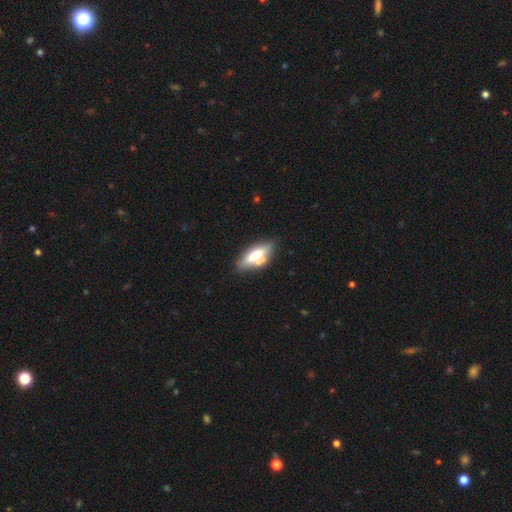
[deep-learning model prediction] Smooth or featured? smooth (56%)
How rounded? in between (65%)
Merging? none (66%)